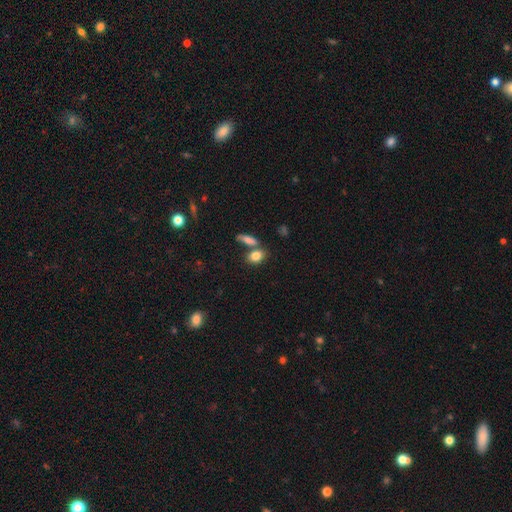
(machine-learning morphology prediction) A smooth galaxy with no disk features (83%) that is in between round and cigar-shaped (75%).

Vote fractions:
- Smooth or featured? smooth: 83% / featured or disk: 9% / star or artifact: 9%
- How rounded? in between: 75% / round: 21% / cigar-shaped: 5%
- Merging? none: 54% / merger: 30% / minor disturbance: 12% / major disturbance: 4%